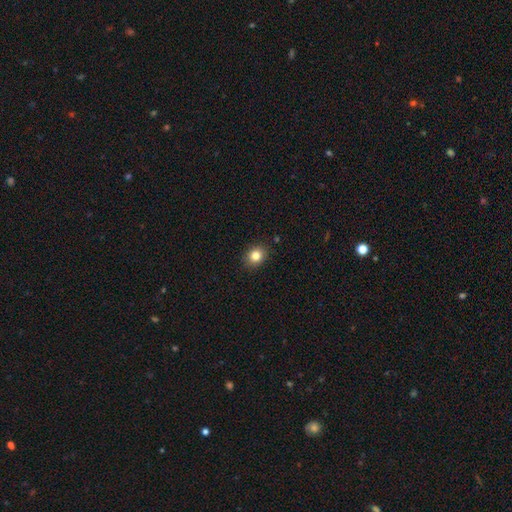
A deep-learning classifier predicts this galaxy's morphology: smooth 83%, star or artifact 11%, featured or disk 6%. Down the decision tree: how rounded — round (60%); merging — none (89%).